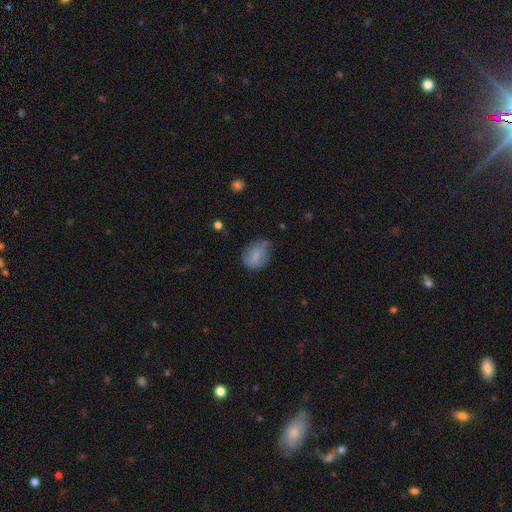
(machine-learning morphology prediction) smooth-or-featured: smooth: 75% | featured or disk: 16% | star or artifact: 8%
  how-rounded: in between: 59% | round: 40% | cigar-shaped: 1%
  merging: none: 52% | minor disturbance: 36% | major disturbance: 10% | merger: 2%